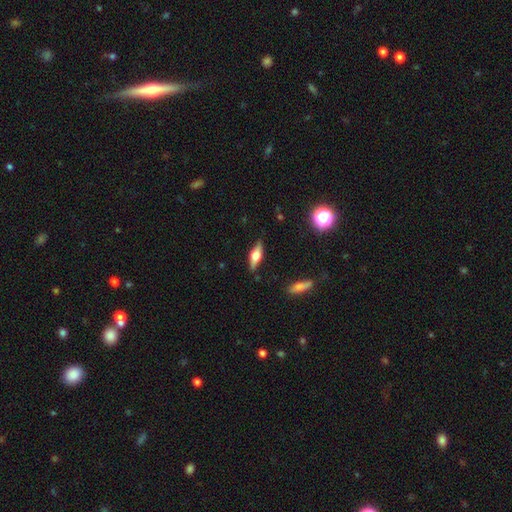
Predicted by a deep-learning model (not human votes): Smooth or featured? featured or disk (51%)
Edge-on disk? yes (91%)
Merging? none (85%)